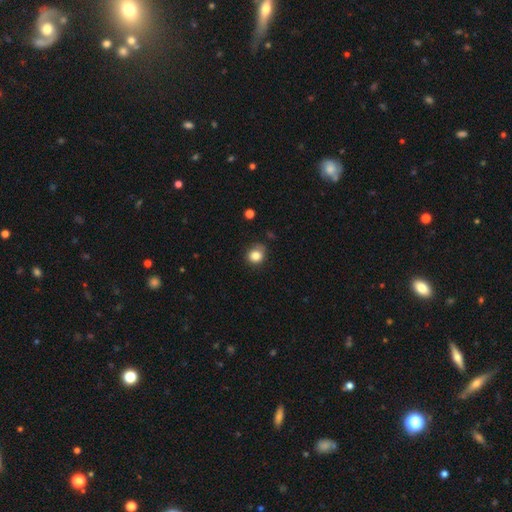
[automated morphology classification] This appears to be a smooth galaxy with no disk features (83%) that is round (81%). Merging: none (74%).